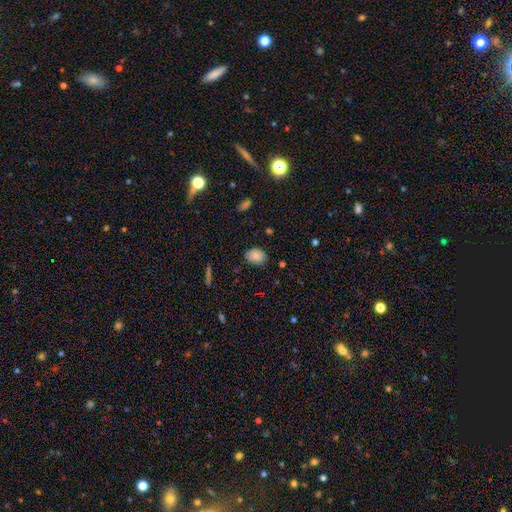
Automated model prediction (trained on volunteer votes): A smooth galaxy with no disk features (84%) that is in between round and cigar-shaped (71%).

Vote fractions:
- Smooth or featured? smooth: 84% / star or artifact: 10% / featured or disk: 6%
- How rounded? in between: 71% / round: 28% / cigar-shaped: 1%
- Merging? none: 81% / minor disturbance: 15% / major disturbance: 3% / merger: 1%